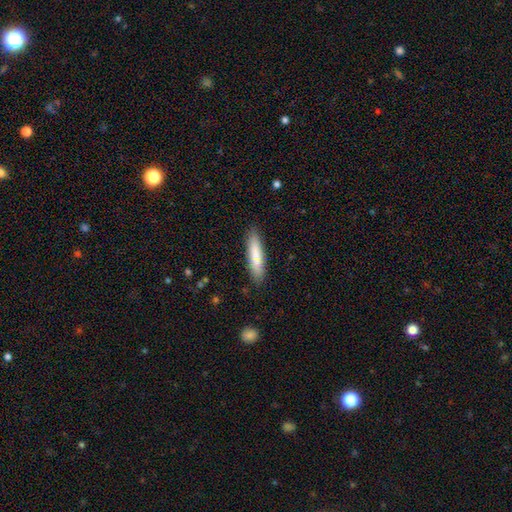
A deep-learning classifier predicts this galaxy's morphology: Smooth or featured: smooth — 82% (featured or disk — 13%)
How rounded: cigar-shaped — 80% (in between — 18%)
Merging: none — 87% (minor disturbance — 10%)